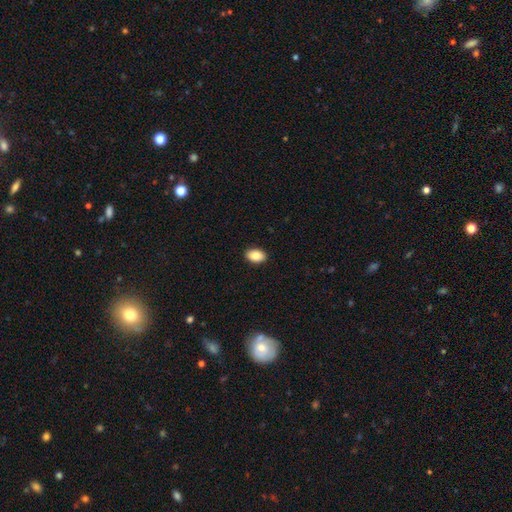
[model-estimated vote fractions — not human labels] A smooth galaxy with no disk features (87%) that is in between round and cigar-shaped (86%). Merging: none (91%).